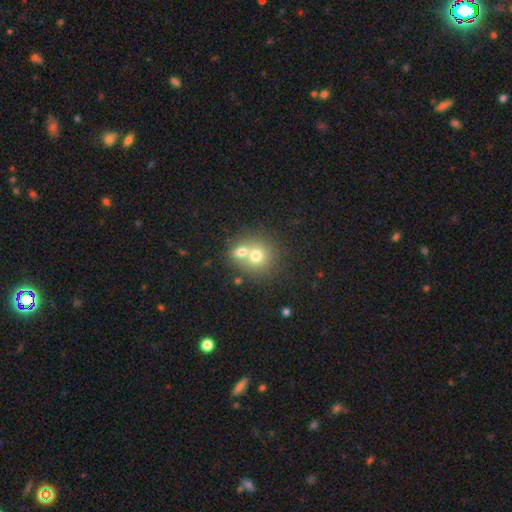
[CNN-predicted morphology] type=smooth (68%); roundness=round (79%); merging=merger (61%).